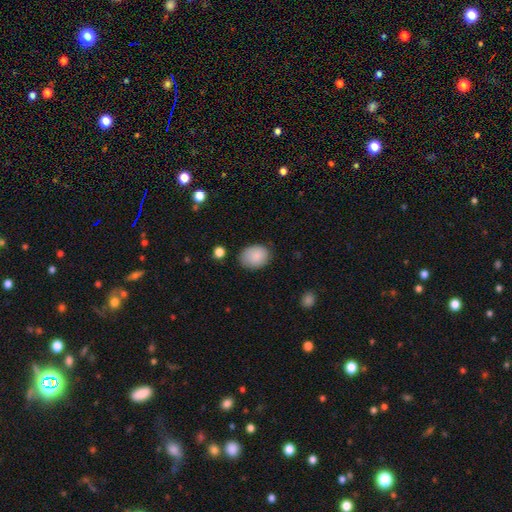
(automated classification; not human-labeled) Smooth or featured: smooth — 86% (star or artifact — 7%)
How rounded: in between — 63% (round — 36%)
Merging: none — 76% (minor disturbance — 19%)